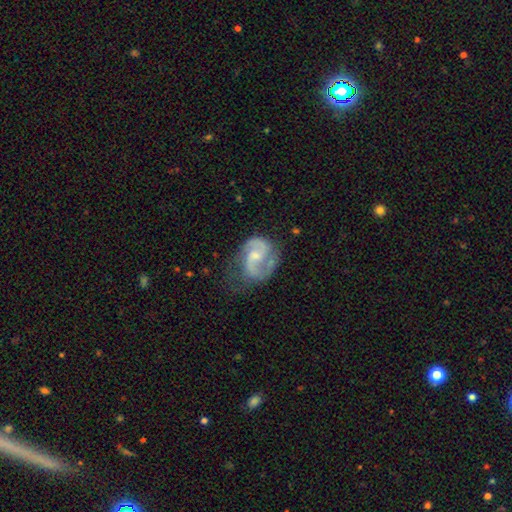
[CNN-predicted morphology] Smooth or featured?
  - featured or disk: 86% *
  - smooth: 9%
  - star or artifact: 5%
Edge-on disk?
  - no: 98% *
  - yes: 2%
Bar?
  - weak: 46% *
  - no: 45%
  - strong: 9%
Spiral arms?
  - yes: 96% *
  - no: 4%
Spiral winding?
  - medium: 56% *
  - loose: 24%
  - tight: 20%
Spiral arm count?
  - 2: 88% *
  - can't tell: 4%
  - 1: 4%
  - 3: 2%
  - 4: 1%
  - more than 4: 1%
Bulge size?
  - small: 47% *
  - moderate: 42%
  - none: 8%
  - large: 2%
  - dominant: 1%
Merging?
  - none: 57% *
  - minor disturbance: 27%
  - major disturbance: 14%
  - merger: 2%